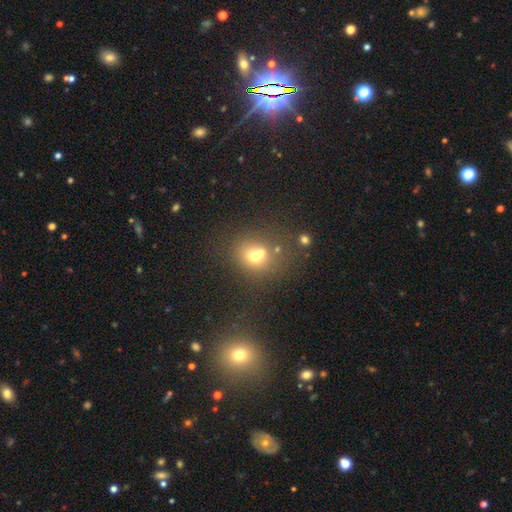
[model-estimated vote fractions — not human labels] smooth_or_featured: smooth (p=0.62) [alt: featured or disk p=0.21]
how_rounded: round (p=0.71) [alt: in between p=0.28]
merging: merger (p=0.49) [alt: none p=0.38]